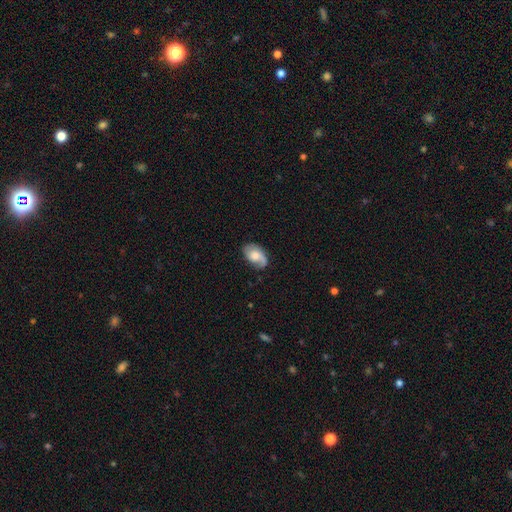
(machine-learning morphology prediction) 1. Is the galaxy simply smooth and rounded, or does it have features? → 57% featured or disk, 36% smooth, 7% star or artifact.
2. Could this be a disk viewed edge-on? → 96% no, 4% yes.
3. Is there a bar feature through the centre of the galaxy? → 68% no, 28% weak, 4% strong.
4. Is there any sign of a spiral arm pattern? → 90% yes, 10% no.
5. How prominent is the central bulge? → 43% moderate, 24% large, 20% small, 10% none, 3% dominant.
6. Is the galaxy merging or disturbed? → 66% none, 24% minor disturbance, 9% major disturbance, 2% merger.